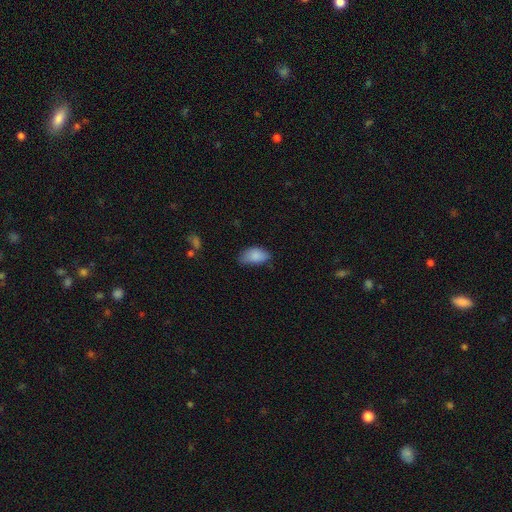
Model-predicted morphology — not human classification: This is clearly a smooth galaxy (86%). How rounded: clearly in between (93%). Merging: possibly none (58%).